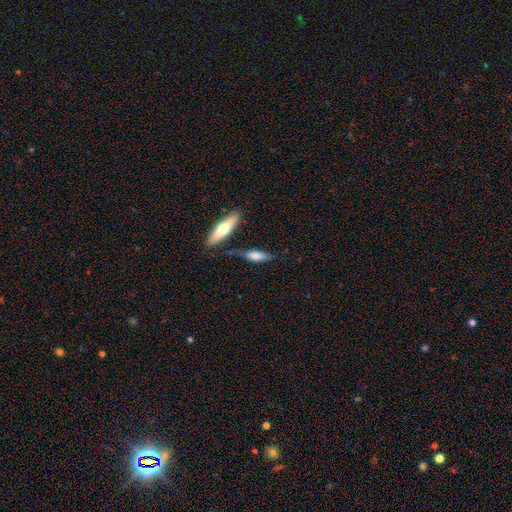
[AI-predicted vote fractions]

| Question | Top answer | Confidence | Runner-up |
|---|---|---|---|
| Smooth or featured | smooth | 69% | featured or disk (24%) |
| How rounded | cigar-shaped | 53% | in between (44%) |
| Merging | none | 63% | minor disturbance (18%) |